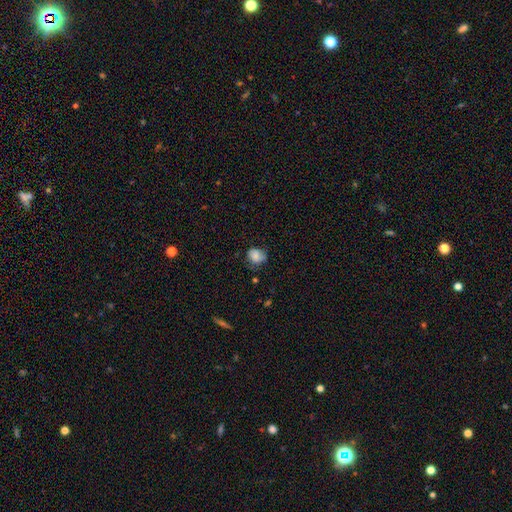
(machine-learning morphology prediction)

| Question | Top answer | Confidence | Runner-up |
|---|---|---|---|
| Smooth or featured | smooth | 74% | featured or disk (16%) |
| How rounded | round | 62% | in between (37%) |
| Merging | none | 53% | minor disturbance (33%) |